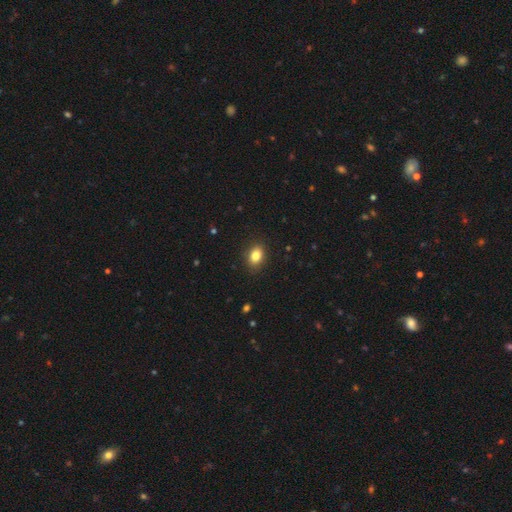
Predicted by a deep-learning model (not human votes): Smooth or featured: smooth — 84% (star or artifact — 9%)
How rounded: in between — 74% (round — 25%)
Merging: none — 88% (minor disturbance — 9%)